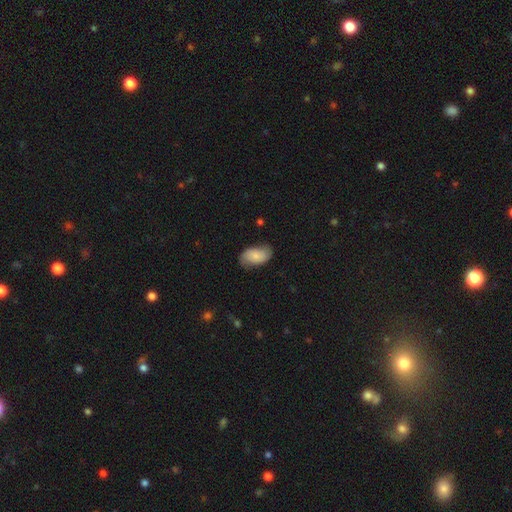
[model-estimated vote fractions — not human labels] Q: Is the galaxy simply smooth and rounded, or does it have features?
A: smooth — 66%.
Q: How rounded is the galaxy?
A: in between — 94%.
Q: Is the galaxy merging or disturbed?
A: none — 68%.